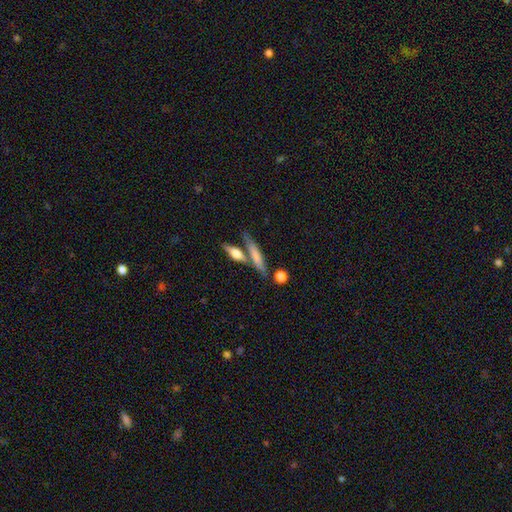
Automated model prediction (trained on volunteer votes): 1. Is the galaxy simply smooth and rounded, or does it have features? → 61% smooth, 32% featured or disk, 7% star or artifact.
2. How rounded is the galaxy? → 77% cigar-shaped, 19% in between, 4% round.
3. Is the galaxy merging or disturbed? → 61% none, 22% merger, 12% minor disturbance, 4% major disturbance.